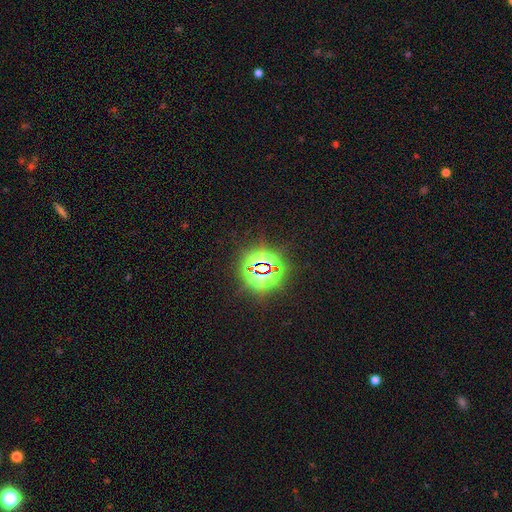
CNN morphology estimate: smooth-or-featured: star or artifact: 82% | smooth: 11% | featured or disk: 7%